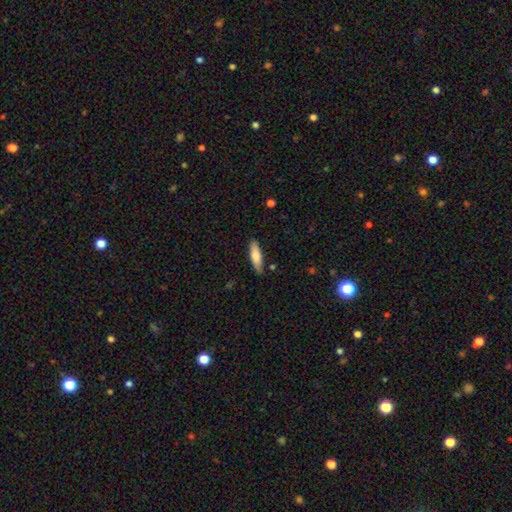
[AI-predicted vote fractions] This is likely a smooth galaxy (78%). How rounded: possibly cigar-shaped (54%). Merging: likely none (80%).